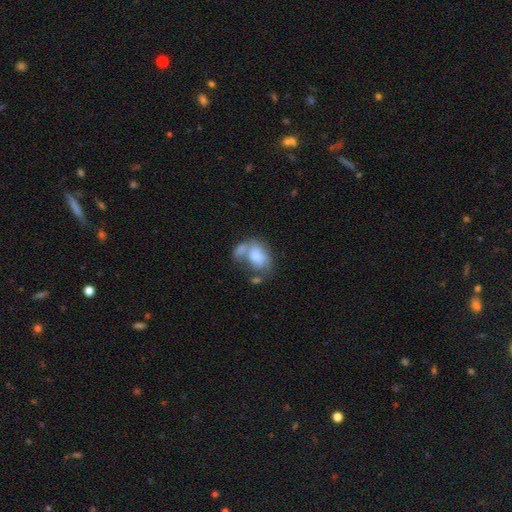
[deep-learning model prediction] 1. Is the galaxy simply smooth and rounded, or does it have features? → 70% smooth, 22% featured or disk, 8% star or artifact.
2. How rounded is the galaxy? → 77% in between, 22% round, 1% cigar-shaped.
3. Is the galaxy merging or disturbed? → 50% merger, 21% none, 15% major disturbance, 14% minor disturbance.